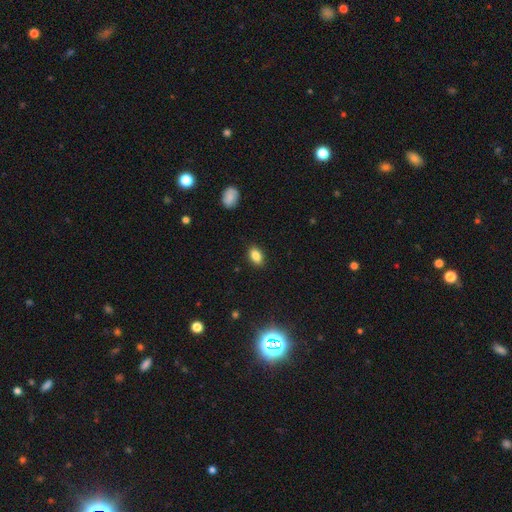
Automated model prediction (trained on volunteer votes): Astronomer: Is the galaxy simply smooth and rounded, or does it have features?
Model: smooth — 83%.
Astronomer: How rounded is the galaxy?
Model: in between — 87%.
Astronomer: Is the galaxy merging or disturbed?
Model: none — 87%.